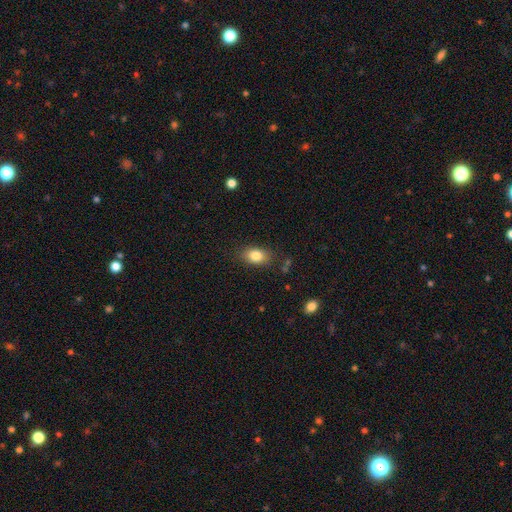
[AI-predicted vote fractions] A smooth galaxy with no disk features (83%) that is in between round and cigar-shaped (80%). Merging: none (82%).